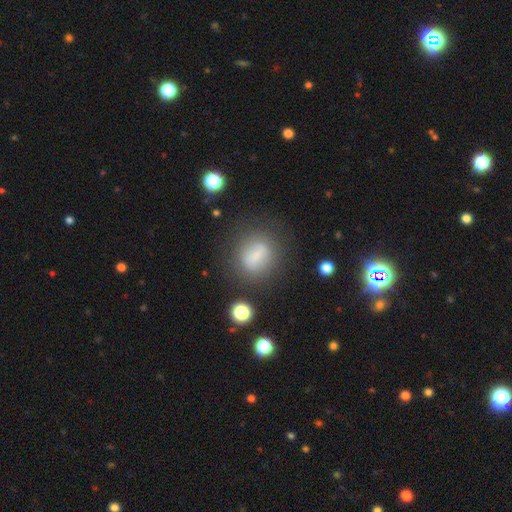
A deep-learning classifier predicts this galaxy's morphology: Overall: smooth (62%; featured or disk 26%). How rounded: round (55%; in between 40%). Merging: none (72%).